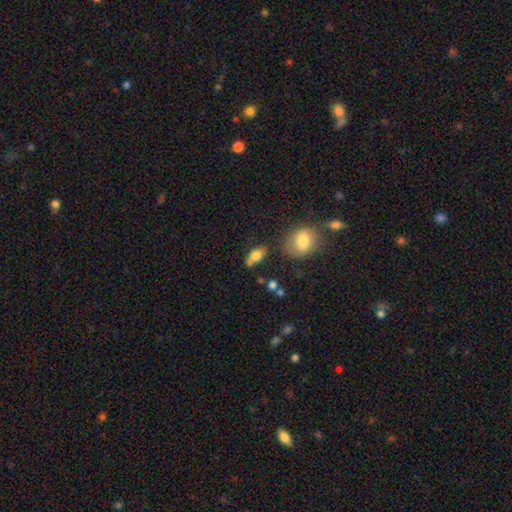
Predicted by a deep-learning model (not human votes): A smooth galaxy with no disk features (73%) that is in between round and cigar-shaped (81%).

Vote fractions:
- Smooth or featured? smooth: 73% / featured or disk: 18% / star or artifact: 9%
- How rounded? in between: 81% / cigar-shaped: 10% / round: 9%
- Merging? none: 58% / minor disturbance: 20% / merger: 14% / major disturbance: 7%